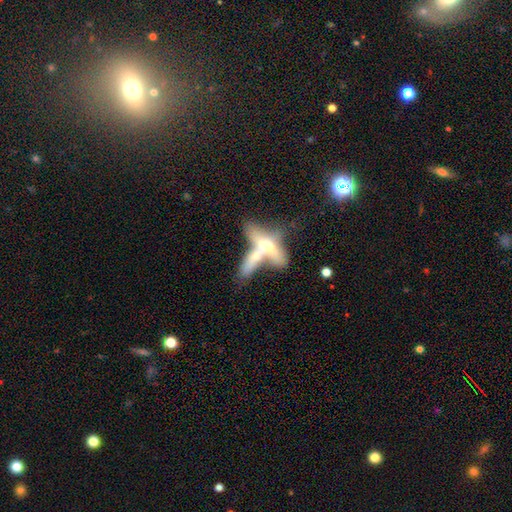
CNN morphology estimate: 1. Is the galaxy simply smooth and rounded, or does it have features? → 47% featured or disk, 46% smooth, 7% star or artifact.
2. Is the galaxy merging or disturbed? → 65% merger, 21% none, 8% minor disturbance, 7% major disturbance.